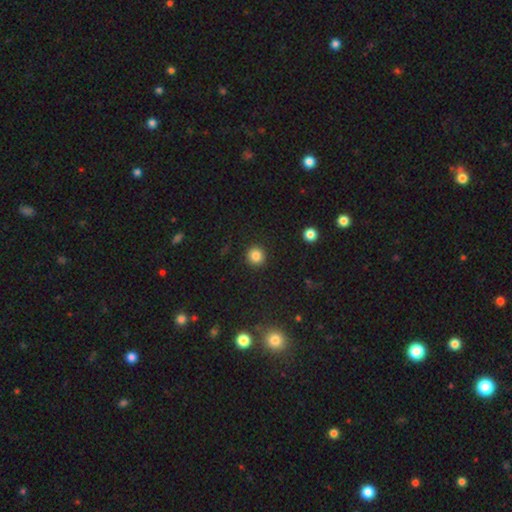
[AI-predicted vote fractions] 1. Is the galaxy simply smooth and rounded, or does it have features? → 84% smooth, 11% star or artifact, 5% featured or disk.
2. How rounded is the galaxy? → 94% round, 5% in between, 1% cigar-shaped.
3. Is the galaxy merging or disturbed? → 92% none, 5% minor disturbance, 2% major disturbance, 1% merger.